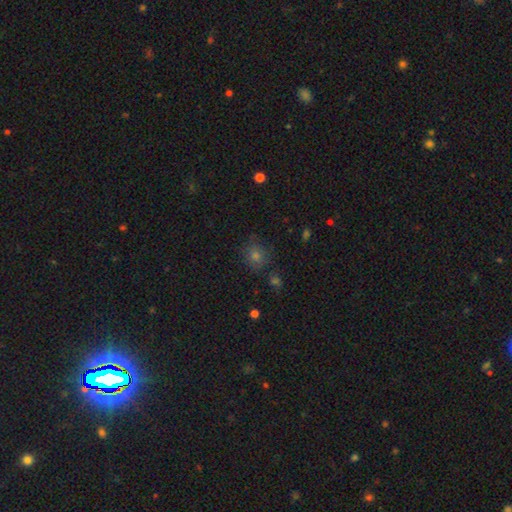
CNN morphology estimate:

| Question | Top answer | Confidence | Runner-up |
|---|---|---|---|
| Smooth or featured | smooth | 64% | star or artifact (27%) |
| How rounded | round | 82% | in between (17%) |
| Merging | none | 81% | minor disturbance (12%) |